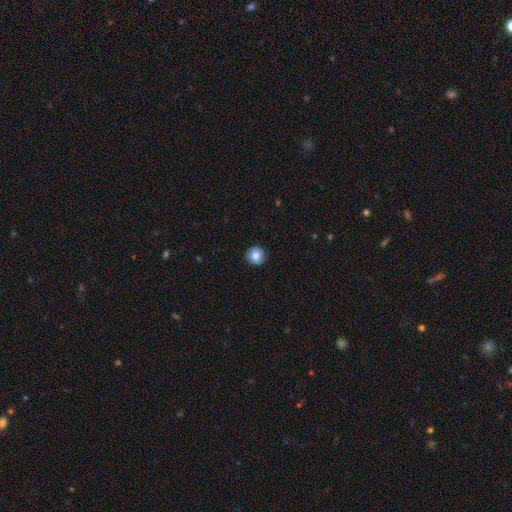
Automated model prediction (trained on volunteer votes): smooth_or_featured: smooth (p=0.78) [alt: featured or disk p=0.14]
how_rounded: round (p=0.92) [alt: in between p=0.07]
merging: none (p=0.86) [alt: minor disturbance p=0.11]